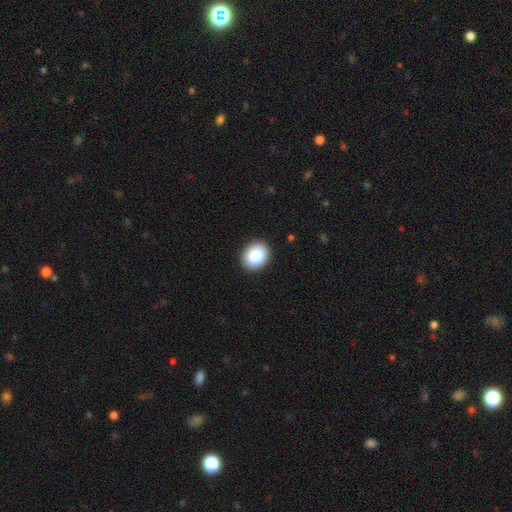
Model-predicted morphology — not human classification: smooth-or-featured: smooth: 88% | star or artifact: 8% | featured or disk: 5%
  how-rounded: round: 51% | in between: 48% | cigar-shaped: 1%
  merging: none: 91% | minor disturbance: 7% | major disturbance: 2% | merger: 1%